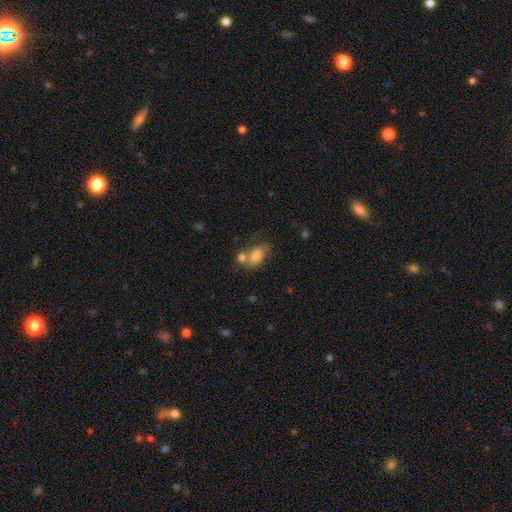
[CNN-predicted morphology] Smooth or featured?
  - smooth: 77% *
  - featured or disk: 14%
  - star or artifact: 9%
How rounded?
  - in between: 85% *
  - round: 13%
  - cigar-shaped: 2%
Merging?
  - none: 37% *
  - merger: 35%
  - minor disturbance: 18%
  - major disturbance: 10%